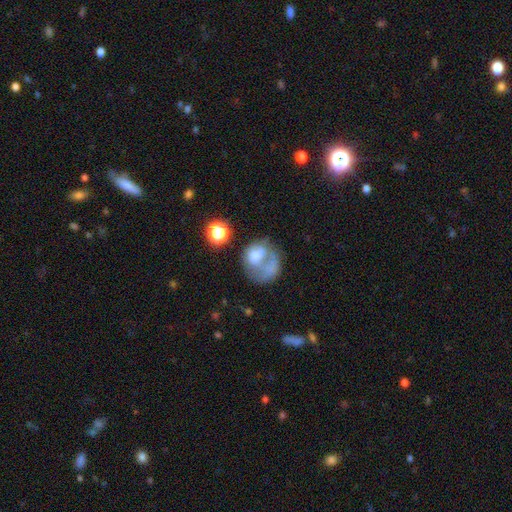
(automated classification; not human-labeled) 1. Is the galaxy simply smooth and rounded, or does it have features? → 47% smooth, 40% featured or disk, 13% star or artifact.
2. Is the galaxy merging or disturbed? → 30% major disturbance, 29% none, 25% merger, 15% minor disturbance.